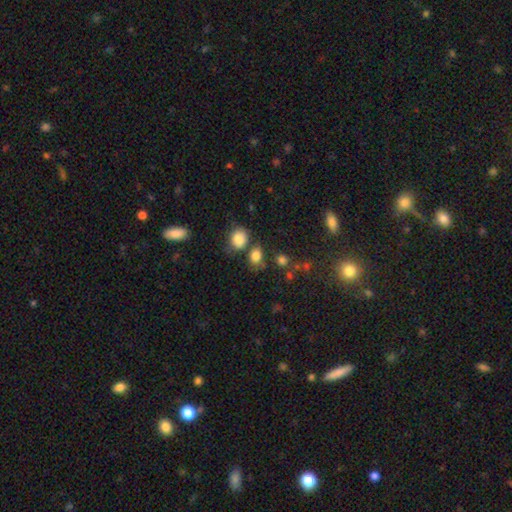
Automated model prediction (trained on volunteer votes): smooth 82%, star or artifact 12%, featured or disk 6%. Down the decision tree: how rounded — in between (52%); merging — none (59%).